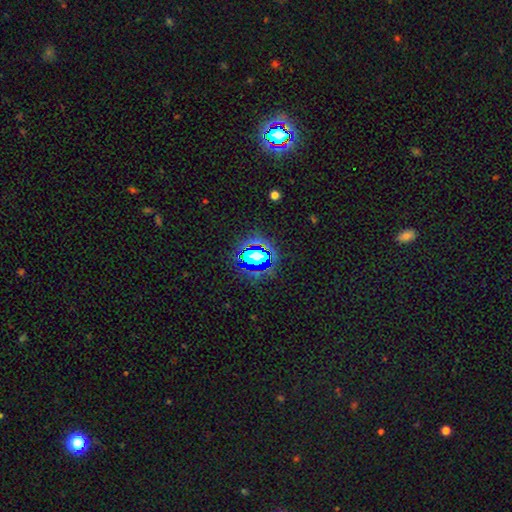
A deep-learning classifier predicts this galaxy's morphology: star or artifact 59%, smooth 29%, featured or disk 12%.